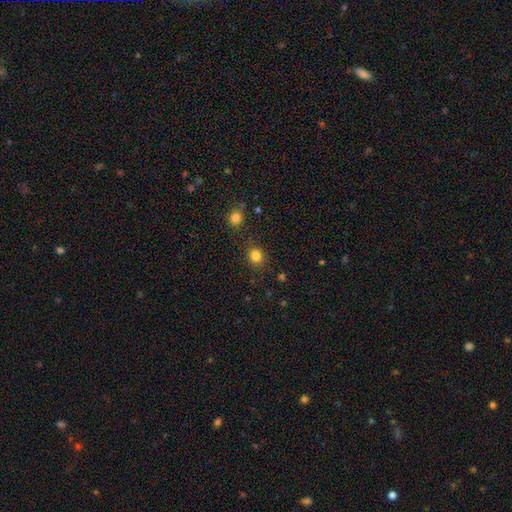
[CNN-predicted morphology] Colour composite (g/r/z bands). It shows a smooth galaxy with no disk features (83%) that is round (78%). Merging: none (84%).